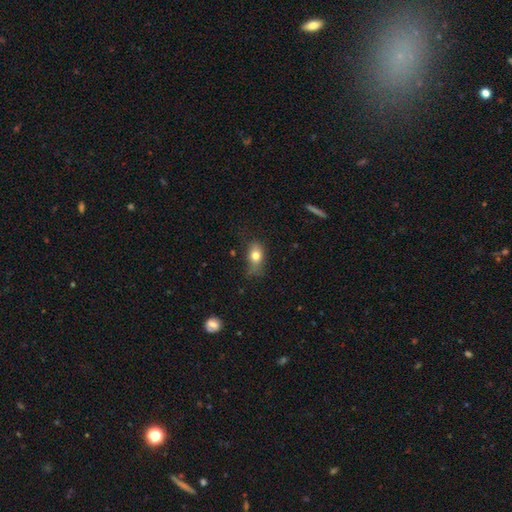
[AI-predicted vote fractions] This appears to be a smooth galaxy with no disk features (76%) that is in between round and cigar-shaped (75%). Merging: none (48%).